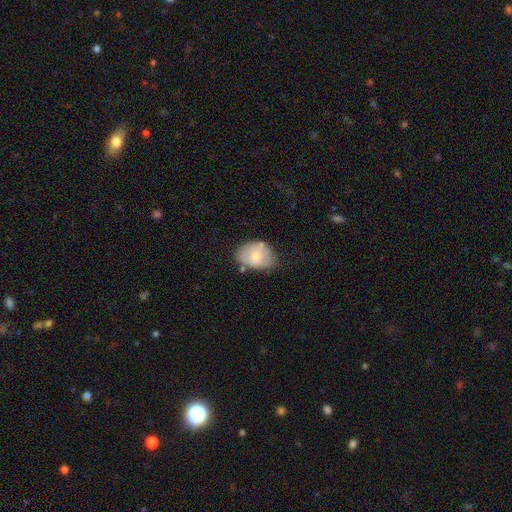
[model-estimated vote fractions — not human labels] Smooth or featured?
  - smooth: 69% *
  - featured or disk: 24%
  - star or artifact: 7%
How rounded?
  - in between: 76% *
  - round: 23%
  - cigar-shaped: 1%
Merging?
  - none: 61% *
  - minor disturbance: 27%
  - merger: 6%
  - major disturbance: 6%